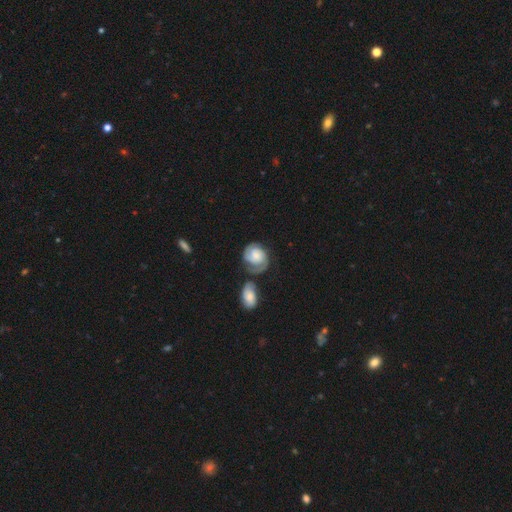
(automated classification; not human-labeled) Overall: featured or disk (74%). Edge-on disk: no (98%). Bar: no (69%). Spiral arms: yes (95%). Spiral arm count: 2 (75%). Spiral winding: tight (61%; medium 31%). Bulge size: moderate (30%; small 28%). Merging: none (45%; merger 24%).